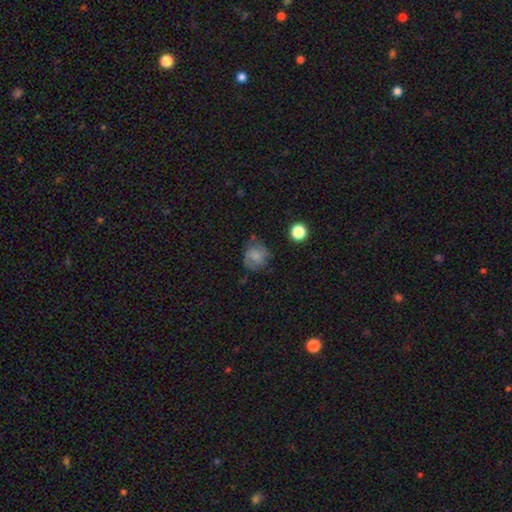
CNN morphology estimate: smooth 75%, featured or disk 15%, star or artifact 11%. Down the decision tree: how rounded — round (79%); merging — none (62%).